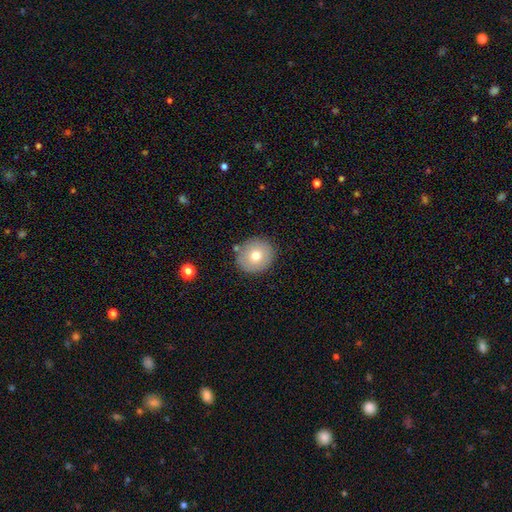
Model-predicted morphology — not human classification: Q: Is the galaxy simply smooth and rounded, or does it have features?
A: smooth — 72%.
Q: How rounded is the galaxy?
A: round — 88%.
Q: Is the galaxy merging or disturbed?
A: none — 84%.